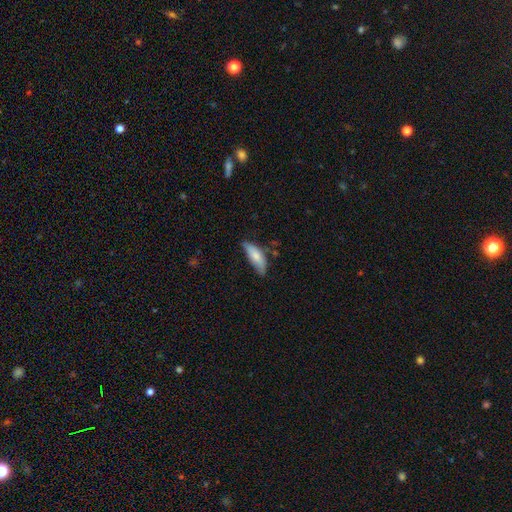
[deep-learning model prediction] Q: Smooth or featured?
A: smooth (75%); runner-up: featured or disk (19%)
Q: How rounded?
A: in between (65%); runner-up: cigar-shaped (33%)
Q: Merging?
A: none (55%); runner-up: minor disturbance (34%)